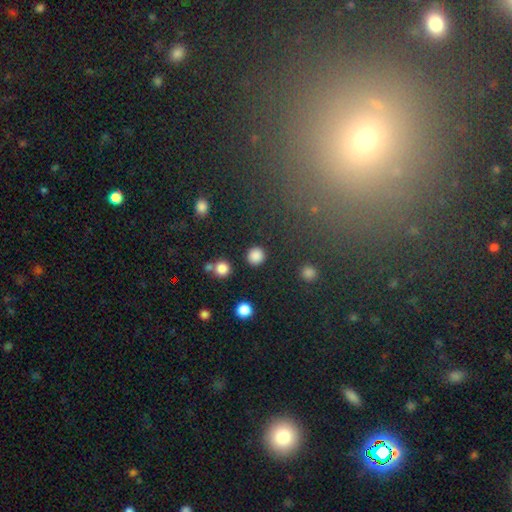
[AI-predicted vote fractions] The model was most divided on "smooth or featured": smooth: 86%, star or artifact: 11%, featured or disk: 4%. More confident: how rounded — round (93%); merging — none (88%).